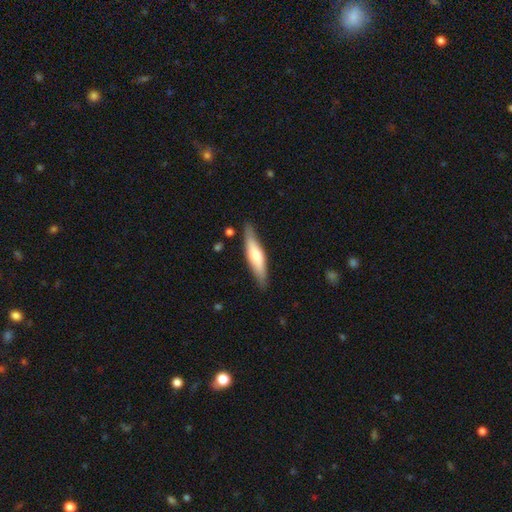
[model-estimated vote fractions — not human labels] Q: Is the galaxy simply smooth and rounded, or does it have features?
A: smooth — 60%.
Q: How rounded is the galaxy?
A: cigar-shaped — 76%.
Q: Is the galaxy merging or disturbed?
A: none — 83%.